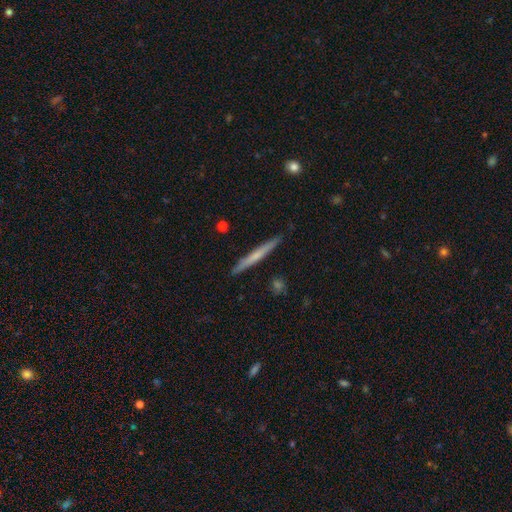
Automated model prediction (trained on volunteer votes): Smooth or featured? Predicted: featured or disk (p=0.48). Merging? Predicted: none (p=0.90).